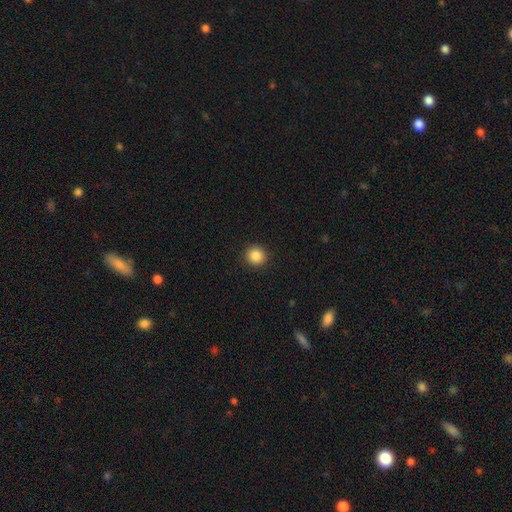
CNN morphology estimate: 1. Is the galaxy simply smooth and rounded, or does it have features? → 86% smooth, 10% star or artifact, 4% featured or disk.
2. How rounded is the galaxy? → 93% round, 6% in between, 1% cigar-shaped.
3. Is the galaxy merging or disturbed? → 92% none, 5% minor disturbance, 2% major disturbance, 1% merger.